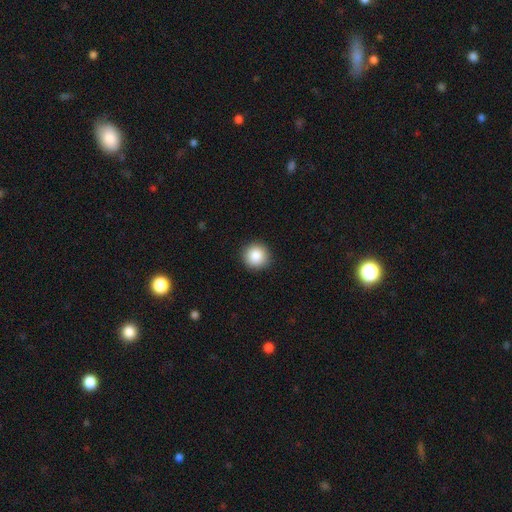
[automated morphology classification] Smooth or featured?
  - smooth: 87% *
  - star or artifact: 9%
  - featured or disk: 4%
How rounded?
  - round: 94% *
  - in between: 5%
  - cigar-shaped: 1%
Merging?
  - none: 92% *
  - minor disturbance: 5%
  - major disturbance: 2%
  - merger: 1%